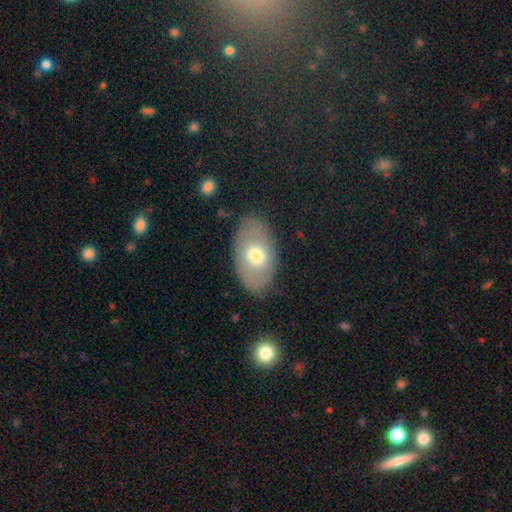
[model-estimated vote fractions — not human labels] Q: Smooth or featured?
A: smooth (58%); runner-up: featured or disk (35%)
Q: How rounded?
A: in between (91%); runner-up: round (8%)
Q: Merging?
A: none (82%); runner-up: minor disturbance (13%)